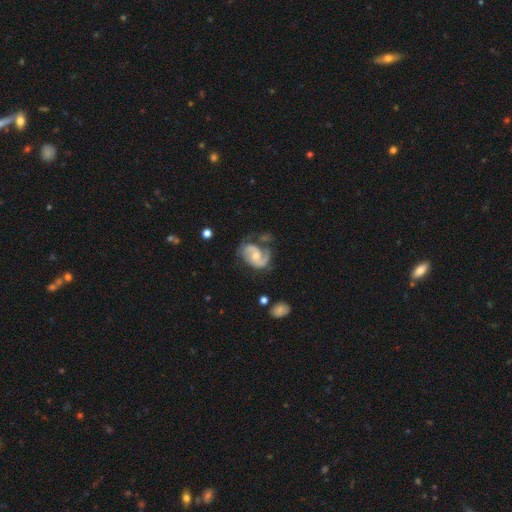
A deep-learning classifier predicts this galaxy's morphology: The model was most divided on "bulge size": moderate: 52%, small: 41%, large: 3%, none: 3%, dominant: 1%. Remaining: edge-on disk — no (98%); spiral arms — yes (95%); smooth or featured — featured or disk (84%); spiral arm count — 2 (74%); bar — no (54%); merging — none (51%); spiral winding — medium (48%).